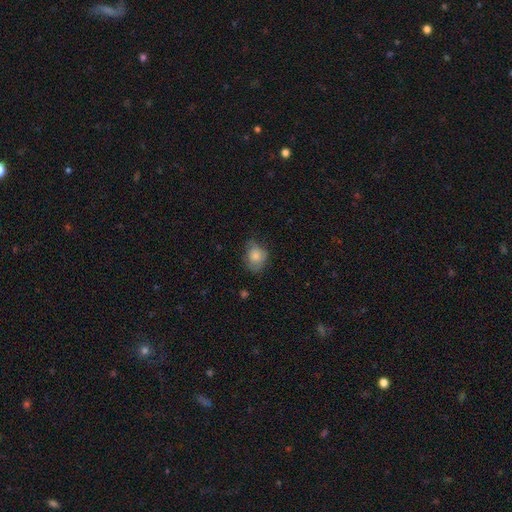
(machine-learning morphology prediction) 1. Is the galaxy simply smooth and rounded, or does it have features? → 77% smooth, 15% featured or disk, 8% star or artifact.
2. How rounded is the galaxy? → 51% in between, 48% round, 1% cigar-shaped.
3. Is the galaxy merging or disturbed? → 56% none, 32% minor disturbance, 11% major disturbance, 2% merger.